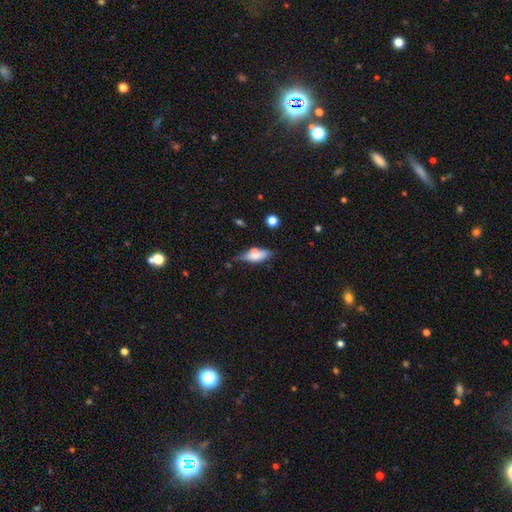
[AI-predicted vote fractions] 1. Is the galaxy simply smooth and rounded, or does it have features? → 64% smooth, 27% featured or disk, 8% star or artifact.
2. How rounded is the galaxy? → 64% in between, 33% cigar-shaped, 3% round.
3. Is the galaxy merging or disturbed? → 57% none, 27% minor disturbance, 9% merger, 8% major disturbance.